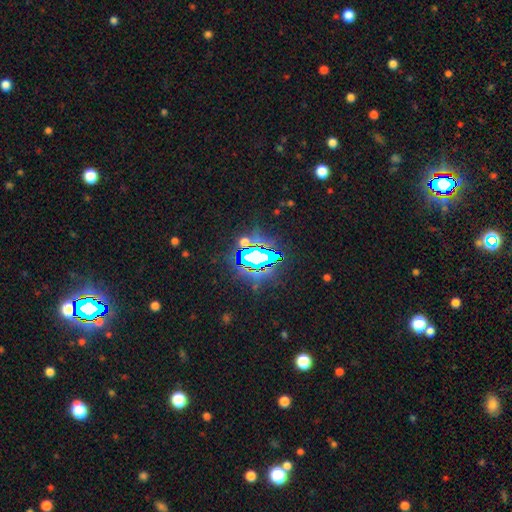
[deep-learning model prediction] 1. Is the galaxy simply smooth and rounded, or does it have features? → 75% star or artifact, 13% smooth, 12% featured or disk.